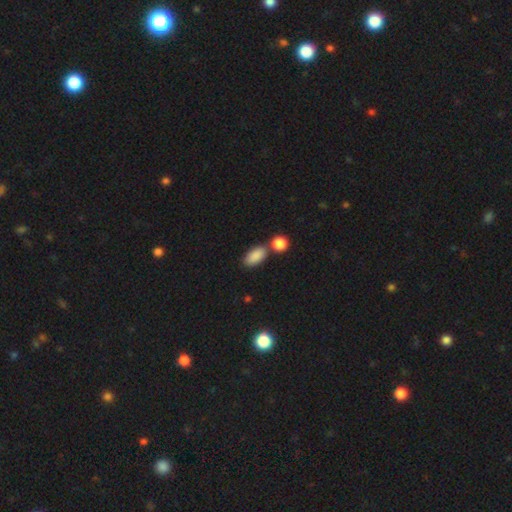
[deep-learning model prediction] A smooth galaxy with no disk features (87%) that is in between round and cigar-shaped (90%). Merging: none (58%).